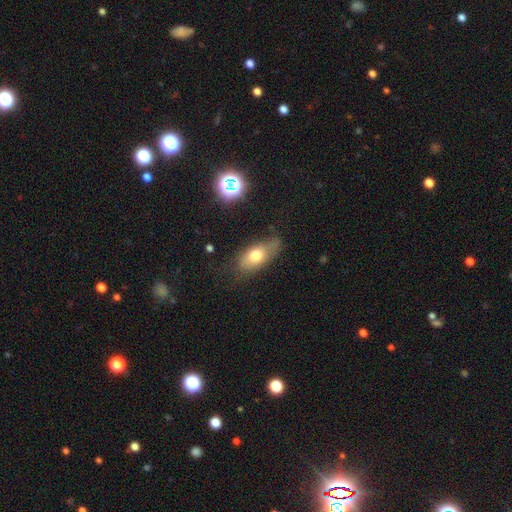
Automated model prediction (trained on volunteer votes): smooth_or_featured: smooth (p=0.69) [alt: featured or disk p=0.21]
how_rounded: in between (p=0.83) [alt: cigar-shaped p=0.10]
merging: none (p=0.58) [alt: minor disturbance p=0.29]